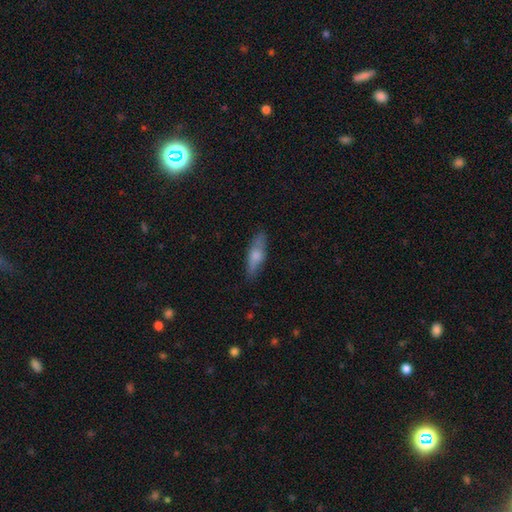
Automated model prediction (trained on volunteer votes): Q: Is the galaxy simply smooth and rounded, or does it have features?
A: smooth — 59%.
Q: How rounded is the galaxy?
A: cigar-shaped — 55%.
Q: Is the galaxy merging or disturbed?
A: none — 81%.